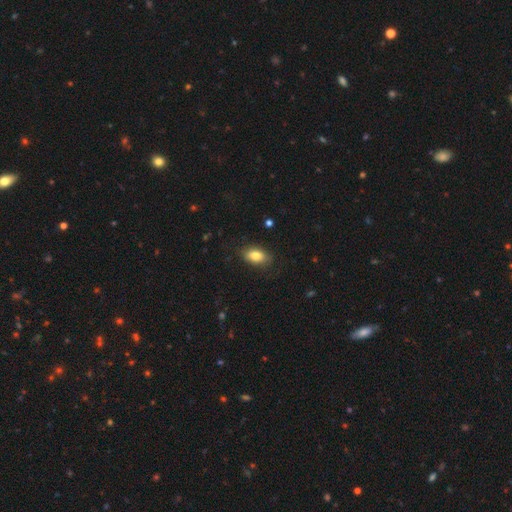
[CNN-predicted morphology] A smooth galaxy with no disk features (81%) that is in between round and cigar-shaped (89%).

Vote fractions:
- Smooth or featured? smooth: 81% / featured or disk: 11% / star or artifact: 8%
- How rounded? in between: 89% / round: 8% / cigar-shaped: 3%
- Merging? none: 83% / minor disturbance: 13% / major disturbance: 3% / merger: 1%